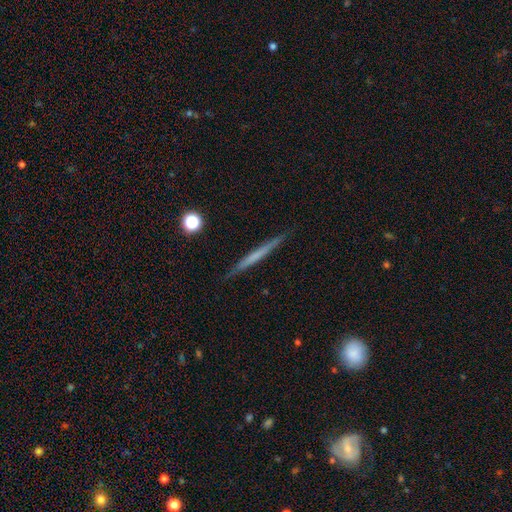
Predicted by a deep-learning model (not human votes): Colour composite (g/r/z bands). It shows a smooth galaxy with no disk features (47%). Merging: none (90%).